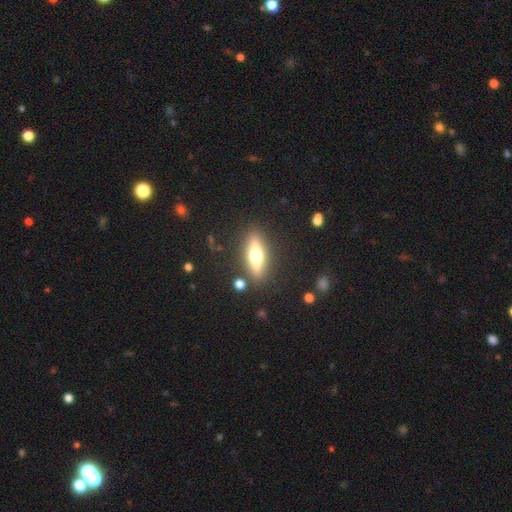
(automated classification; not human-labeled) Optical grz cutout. It shows a featured or disk galaxy (48%). Merging: none (85%).